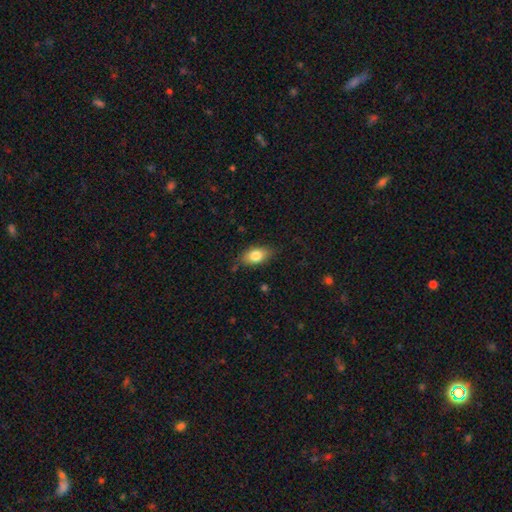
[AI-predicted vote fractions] Morphology: type=smooth (80%); roundness=in between (88%); merging=none (80%).